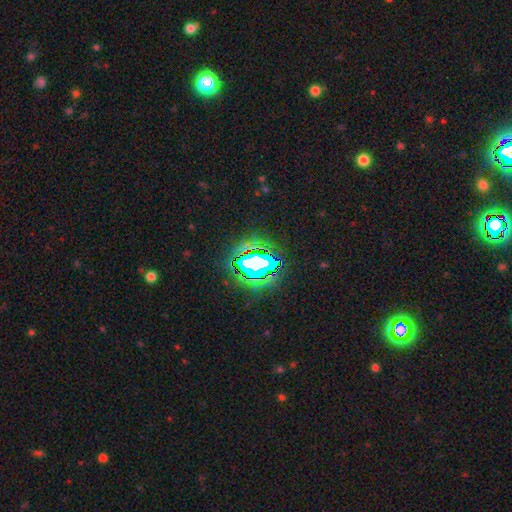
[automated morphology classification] A star or artifact, not a galaxy (80%).

Vote fractions:
- Smooth or featured? star or artifact: 80% / smooth: 12% / featured or disk: 8%